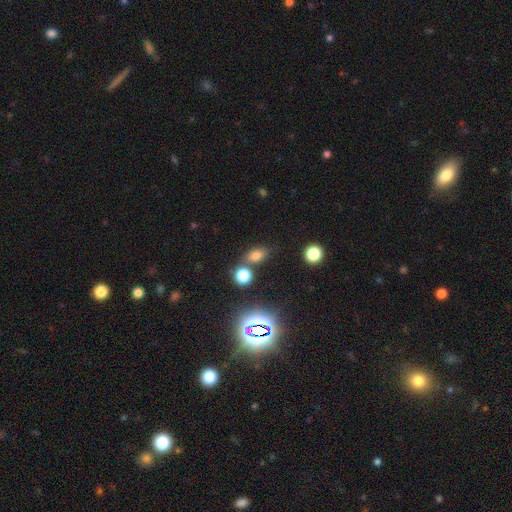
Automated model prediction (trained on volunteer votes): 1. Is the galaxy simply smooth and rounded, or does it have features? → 69% smooth, 23% star or artifact, 8% featured or disk.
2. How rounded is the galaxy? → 71% in between, 26% round, 3% cigar-shaped.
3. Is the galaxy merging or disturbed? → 65% none, 19% merger, 11% minor disturbance, 4% major disturbance.